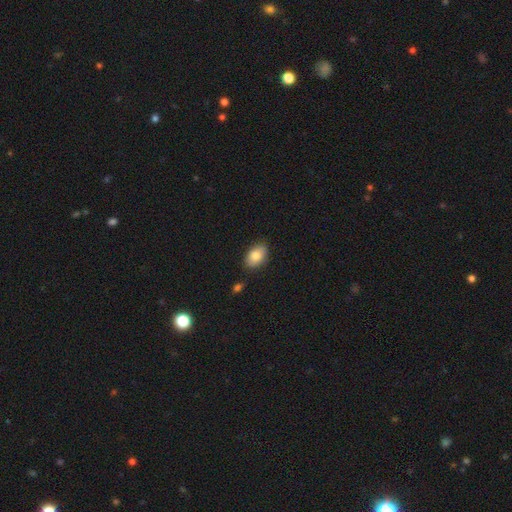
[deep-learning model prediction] Q: Smooth or featured?
A: smooth (84%); runner-up: featured or disk (9%)
Q: How rounded?
A: in between (89%); runner-up: round (9%)
Q: Merging?
A: none (84%); runner-up: minor disturbance (12%)